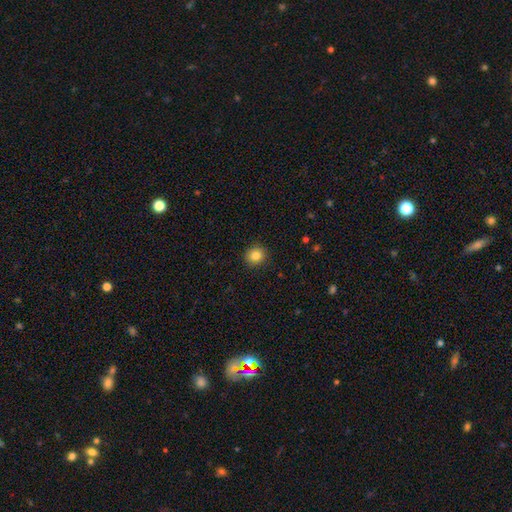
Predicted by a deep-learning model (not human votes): Smooth or featured?
  - smooth: 84% *
  - star or artifact: 11%
  - featured or disk: 5%
How rounded?
  - round: 88% *
  - in between: 11%
  - cigar-shaped: 1%
Merging?
  - none: 91% *
  - minor disturbance: 7%
  - major disturbance: 2%
  - merger: 1%